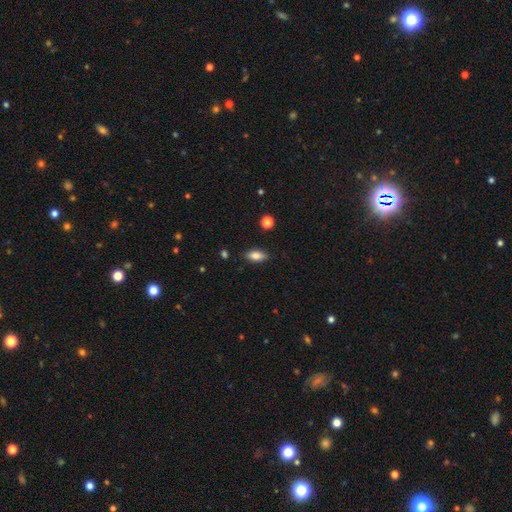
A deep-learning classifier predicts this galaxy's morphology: A smooth galaxy with no disk features (79%) that is in between round and cigar-shaped (84%).

Vote fractions:
- Smooth or featured? smooth: 79% / featured or disk: 13% / star or artifact: 8%
- How rounded? in between: 84% / cigar-shaped: 13% / round: 3%
- Merging? none: 85% / minor disturbance: 11% / major disturbance: 2% / merger: 2%